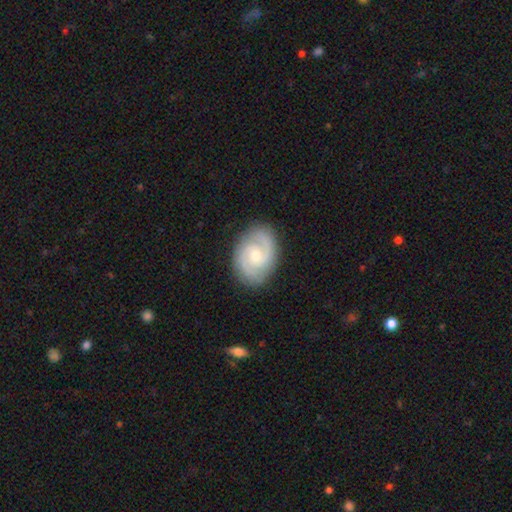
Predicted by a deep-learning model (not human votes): Smooth or featured?
  - featured or disk: 87% *
  - smooth: 9%
  - star or artifact: 4%
Edge-on disk?
  - no: 98% *
  - yes: 2%
Bar?
  - no: 58% *
  - weak: 37%
  - strong: 6%
Spiral arms?
  - yes: 98% *
  - no: 2%
Spiral winding?
  - tight: 54% *
  - medium: 40%
  - loose: 6%
Spiral arm count?
  - 2: 85% *
  - 3: 6%
  - can't tell: 4%
  - 1: 2%
  - 4: 1%
  - more than 4: 1%
Bulge size?
  - moderate: 50% *
  - small: 46%
  - large: 2%
  - none: 2%
  - dominant: 1%
Merging?
  - none: 86% *
  - minor disturbance: 10%
  - major disturbance: 3%
  - merger: 1%